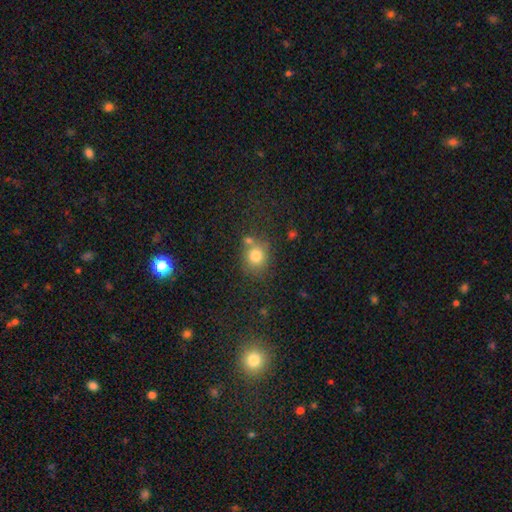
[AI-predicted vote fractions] A smooth galaxy with no disk features (79%) that is round (78%).

Vote fractions:
- Smooth or featured? smooth: 79% / star or artifact: 12% / featured or disk: 9%
- How rounded? round: 78% / in between: 21% / cigar-shaped: 1%
- Merging? none: 61% / merger: 21% / minor disturbance: 13% / major disturbance: 5%